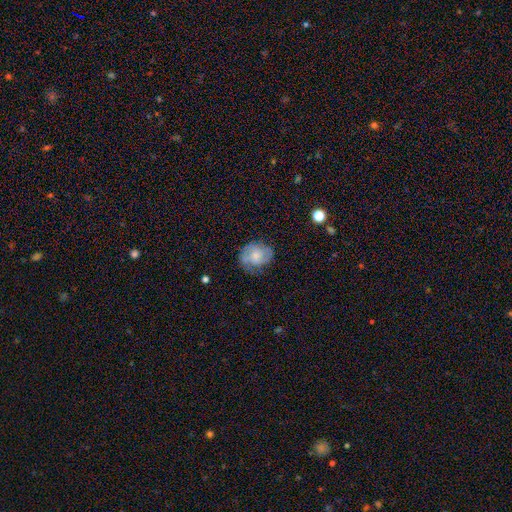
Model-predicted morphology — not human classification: Smooth or featured?
  - smooth: 48% *
  - featured or disk: 45%
  - star or artifact: 8%
Merging?
  - none: 59% *
  - minor disturbance: 27%
  - major disturbance: 11%
  - merger: 2%